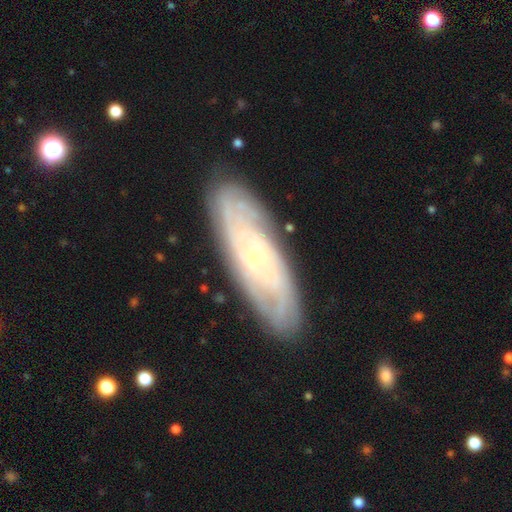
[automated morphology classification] Smooth or featured? featured or disk (72%)
Edge-on disk? no (80%)
Bar? no (71%)
Spiral arms? yes (89%)
Spiral winding? tight (70%)
Spiral arm count? can't tell (59%)
Bulge size? small (78%)
Merging? none (84%)